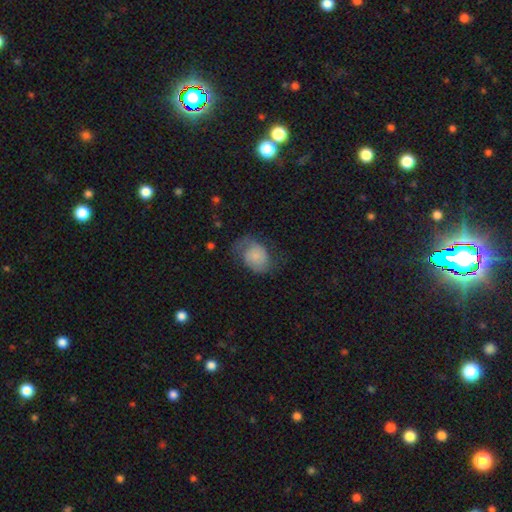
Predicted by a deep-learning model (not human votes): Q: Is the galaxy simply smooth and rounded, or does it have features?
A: featured or disk — 51%.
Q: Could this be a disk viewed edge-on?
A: no — 97%.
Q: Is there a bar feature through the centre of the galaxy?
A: no — 76%.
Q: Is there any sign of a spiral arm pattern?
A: yes — 86%.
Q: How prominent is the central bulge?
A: small — 48%.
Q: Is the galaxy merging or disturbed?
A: none — 47%.